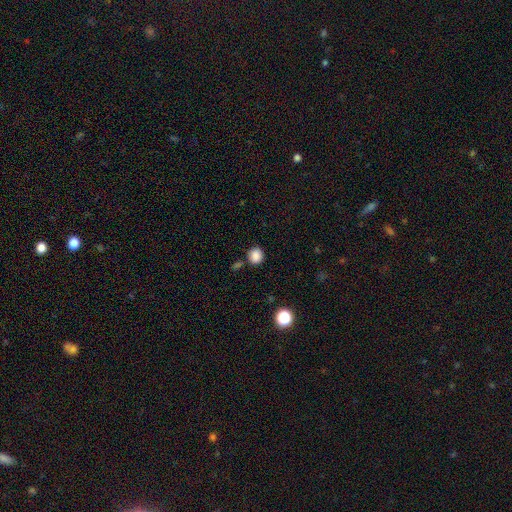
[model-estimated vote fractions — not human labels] Smooth or featured?
  - smooth: 85% *
  - star or artifact: 11%
  - featured or disk: 4%
How rounded?
  - round: 78% *
  - in between: 21%
  - cigar-shaped: 1%
Merging?
  - none: 78% *
  - minor disturbance: 11%
  - merger: 7%
  - major disturbance: 3%